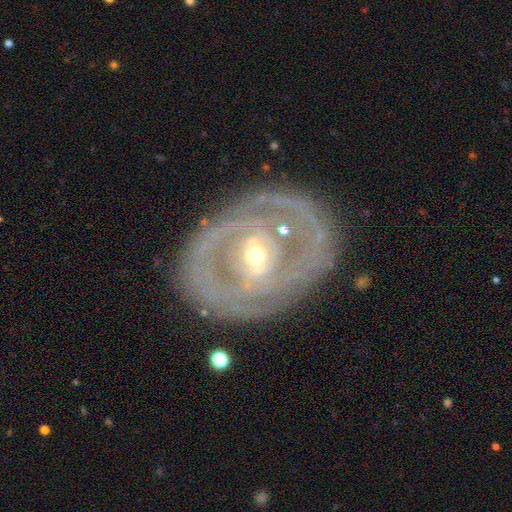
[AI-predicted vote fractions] Overall: featured or disk (86%). Edge-on disk: no (95%). Bar: weak (39%; no 33%). Spiral arms: yes (76%). Spiral arm count: 2 (46%; can't tell 29%). Spiral winding: tight (63%; medium 27%). Bulge size: moderate (52%; small 42%). Merging: none (73%).